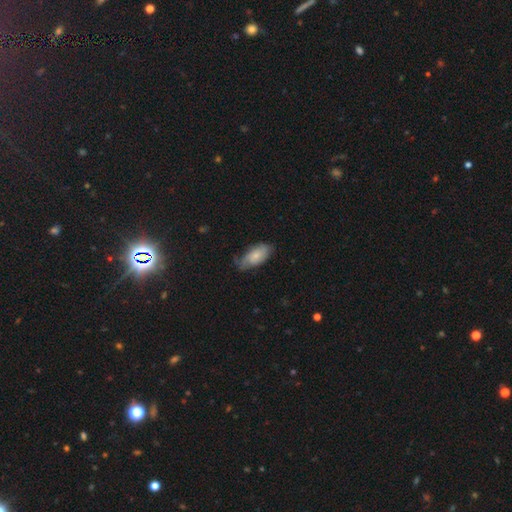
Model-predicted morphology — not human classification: A smooth galaxy with no disk features (66%) that is in between round and cigar-shaped (90%).

Vote fractions:
- Smooth or featured? smooth: 66% / featured or disk: 28% / star or artifact: 6%
- How rounded? in between: 90% / cigar-shaped: 7% / round: 3%
- Merging? none: 52% / minor disturbance: 36% / major disturbance: 10% / merger: 2%